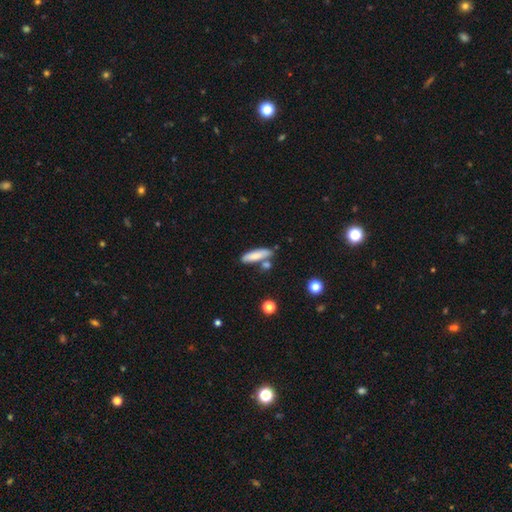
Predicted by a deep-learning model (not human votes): Smooth or featured: smooth — 78% (featured or disk — 16%)
How rounded: cigar-shaped — 63% (in between — 35%)
Merging: none — 67% (minor disturbance — 15%)